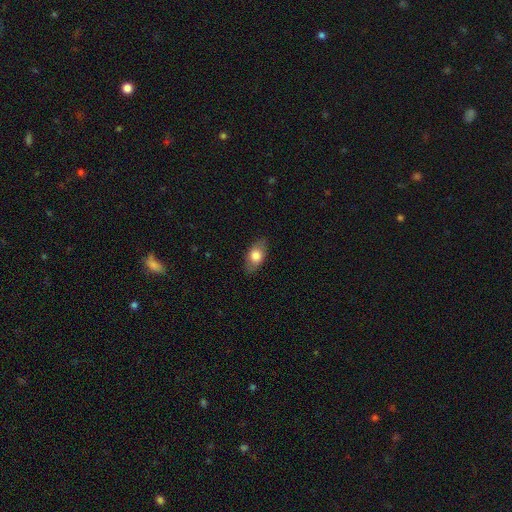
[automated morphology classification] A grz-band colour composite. It shows a smooth galaxy with no disk features (73%) that is in between round and cigar-shaped (87%). Merging: none (83%).